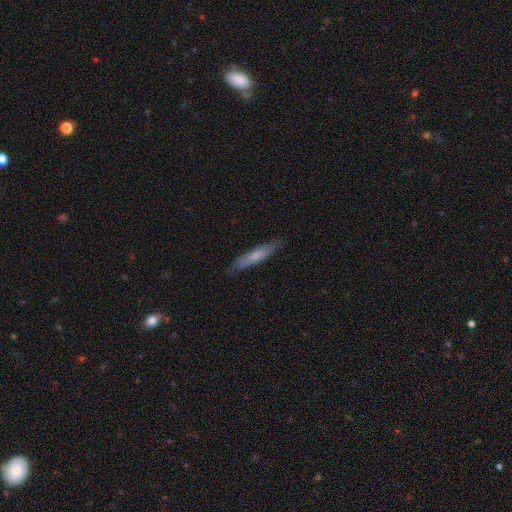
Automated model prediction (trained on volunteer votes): The model was most divided on "smooth or featured": smooth: 62%, featured or disk: 32%, star or artifact: 6%. More confident: how rounded — cigar-shaped (89%); merging — none (85%).